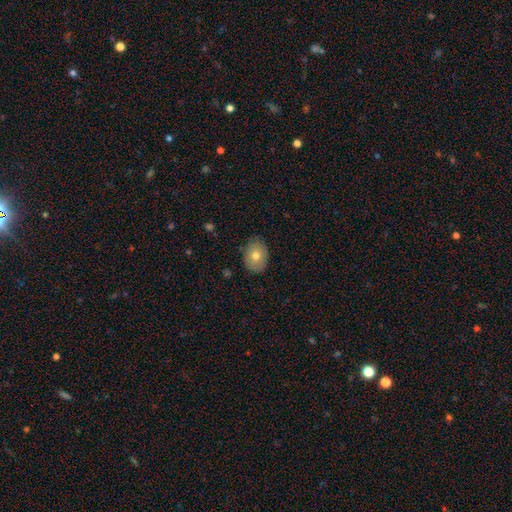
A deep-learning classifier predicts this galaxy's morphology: Q: Smooth or featured?
A: smooth (74%); runner-up: featured or disk (17%)
Q: How rounded?
A: in between (65%); runner-up: round (34%)
Q: Merging?
A: none (84%); runner-up: minor disturbance (13%)